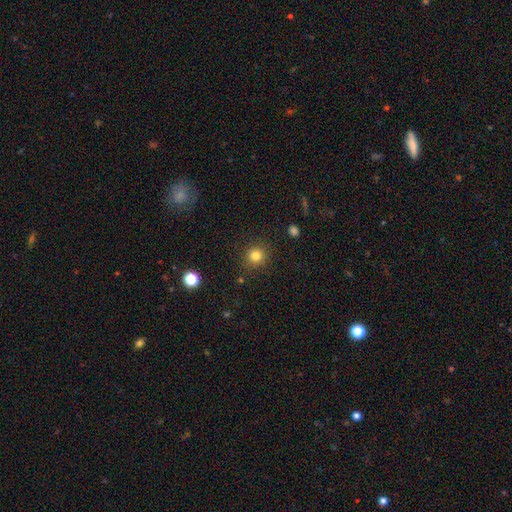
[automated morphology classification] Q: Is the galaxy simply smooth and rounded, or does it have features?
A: smooth — 82%.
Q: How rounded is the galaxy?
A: round — 92%.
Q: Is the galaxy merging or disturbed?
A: none — 89%.